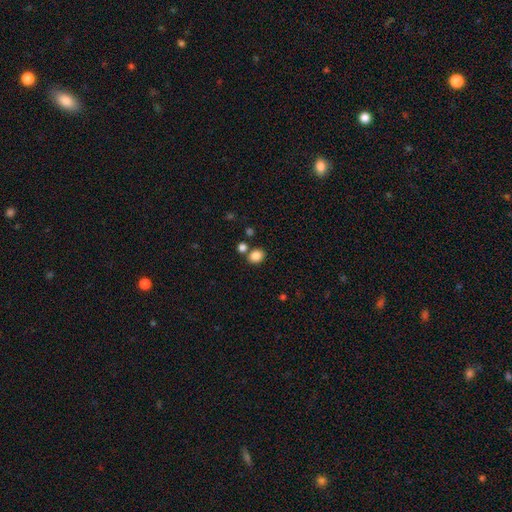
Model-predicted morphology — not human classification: A smooth galaxy with no disk features (85%) that is round (58%).

Vote fractions:
- Smooth or featured? smooth: 85% / star or artifact: 10% / featured or disk: 5%
- How rounded? round: 58% / in between: 41% / cigar-shaped: 1%
- Merging? none: 73% / merger: 15% / minor disturbance: 9% / major disturbance: 3%